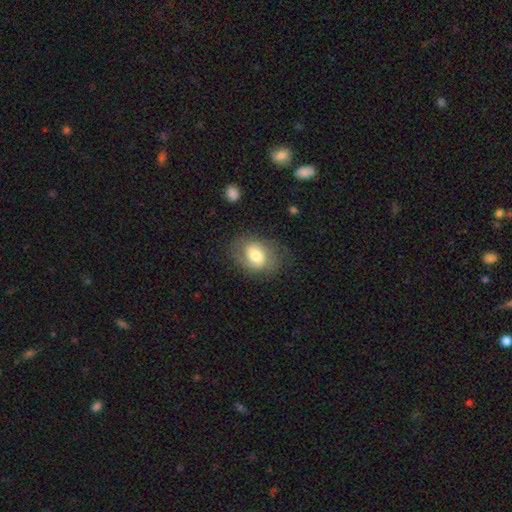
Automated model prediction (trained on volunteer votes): smooth_or_featured: featured or disk (p=0.56) [alt: smooth p=0.37]
disk_edge_on: no (p=0.97) [alt: yes p=0.03]
bar: no (p=0.46) [alt: weak p=0.42]
has_spiral_arms: yes (p=0.82) [alt: no p=0.18]
bulge_size: moderate (p=0.62) [alt: large p=0.20]
merging: none (p=0.70) [alt: minor disturbance p=0.18]